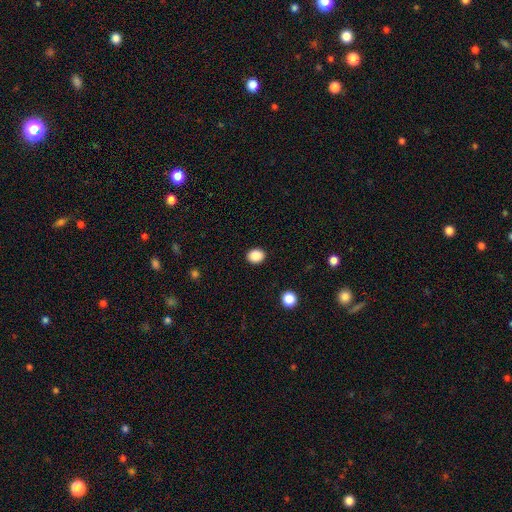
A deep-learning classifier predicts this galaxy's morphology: Smooth or featured? smooth (87%)
How rounded? round (61%)
Merging? none (91%)